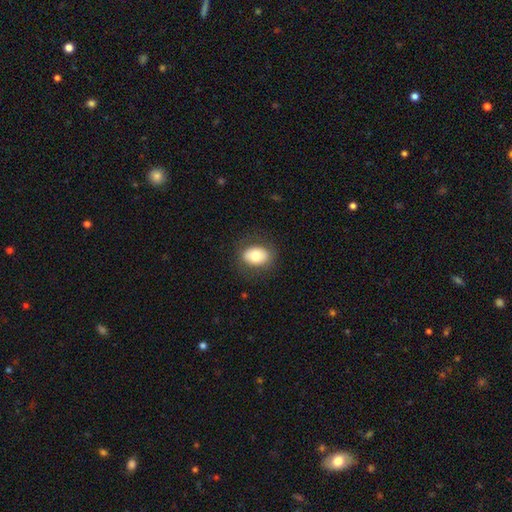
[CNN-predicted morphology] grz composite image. It shows a smooth galaxy with no disk features (76%) that is in between round and cigar-shaped (71%). Merging: none (82%).